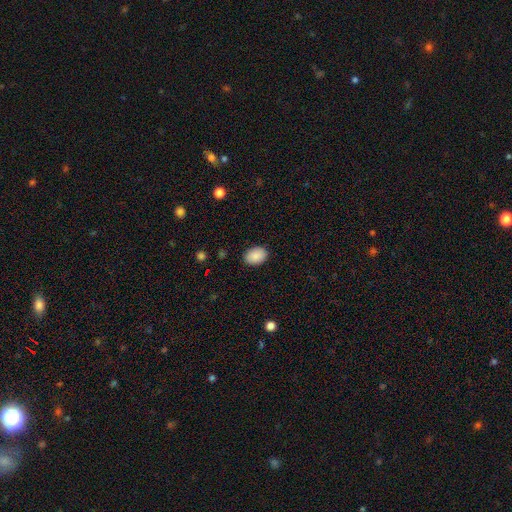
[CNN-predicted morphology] Overall: smooth (89%). How rounded: in between (75%). Merging: none (88%).